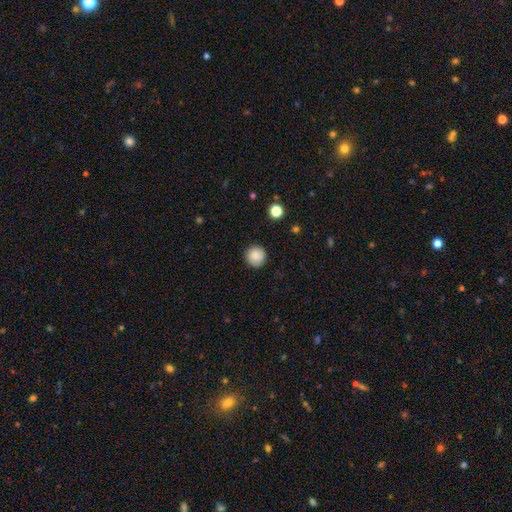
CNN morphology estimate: smooth-or-featured: smooth: 86% | star or artifact: 9% | featured or disk: 6%
  how-rounded: round: 95% | in between: 4% | cigar-shaped: 1%
  merging: none: 90% | minor disturbance: 7% | major disturbance: 2% | merger: 1%